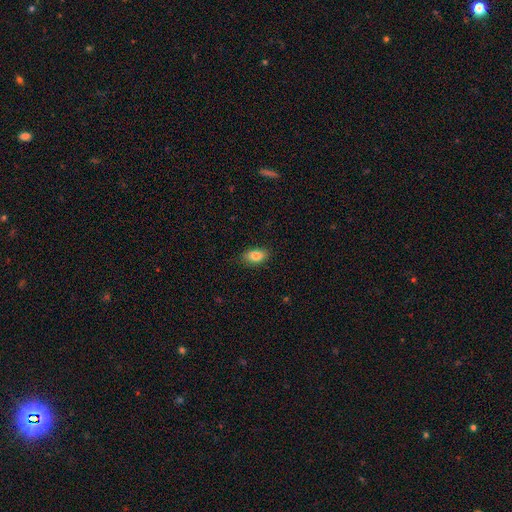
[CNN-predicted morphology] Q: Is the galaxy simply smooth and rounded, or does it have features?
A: smooth — 84%.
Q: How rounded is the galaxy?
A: in between — 88%.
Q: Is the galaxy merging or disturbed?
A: none — 84%.